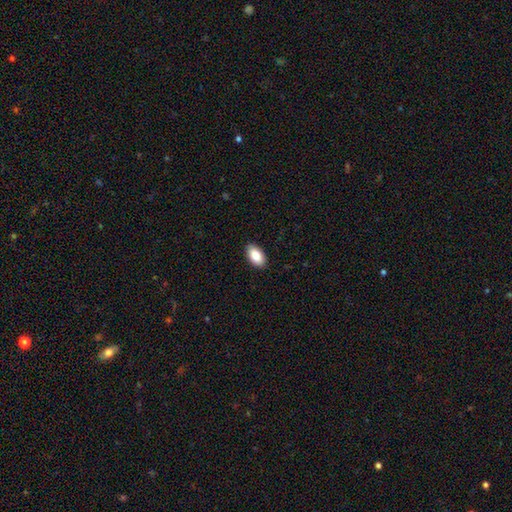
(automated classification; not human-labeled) Smooth or featured? smooth (86%)
How rounded? in between (95%)
Merging? none (90%)